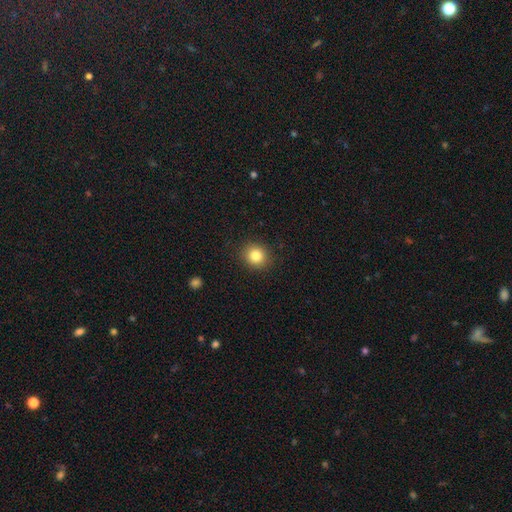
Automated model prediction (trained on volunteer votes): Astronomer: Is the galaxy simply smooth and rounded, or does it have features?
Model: smooth — 83%.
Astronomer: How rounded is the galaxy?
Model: round — 83%.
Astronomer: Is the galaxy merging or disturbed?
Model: none — 90%.